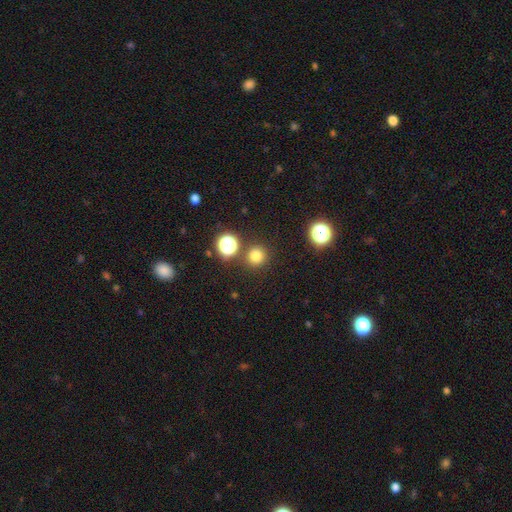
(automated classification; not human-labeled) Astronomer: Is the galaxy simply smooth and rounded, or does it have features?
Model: smooth — 77%.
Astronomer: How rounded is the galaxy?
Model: round — 94%.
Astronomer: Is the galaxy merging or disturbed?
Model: none — 87%.